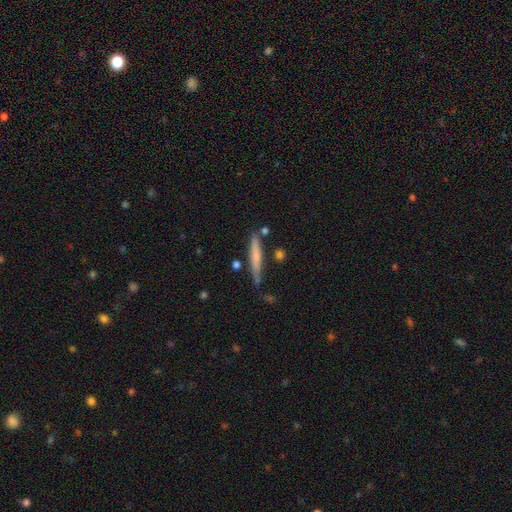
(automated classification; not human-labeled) This is possibly a smooth galaxy (59%). How rounded: clearly cigar-shaped (94%). Merging: likely none (76%).